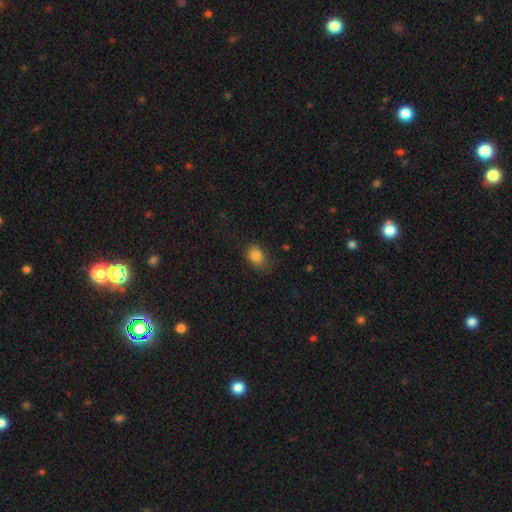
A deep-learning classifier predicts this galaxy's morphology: smooth_or_featured: smooth (p=0.83) [alt: star or artifact p=0.10]
how_rounded: in between (p=0.70) [alt: round p=0.29]
merging: none (p=0.64) [alt: minor disturbance p=0.27]